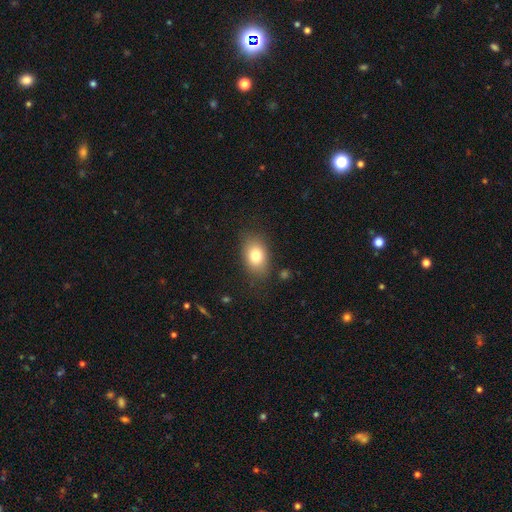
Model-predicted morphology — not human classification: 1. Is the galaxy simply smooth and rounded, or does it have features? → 78% smooth, 13% featured or disk, 9% star or artifact.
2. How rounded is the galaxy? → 80% in between, 19% round, 2% cigar-shaped.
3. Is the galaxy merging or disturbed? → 81% none, 13% minor disturbance, 4% major disturbance, 2% merger.